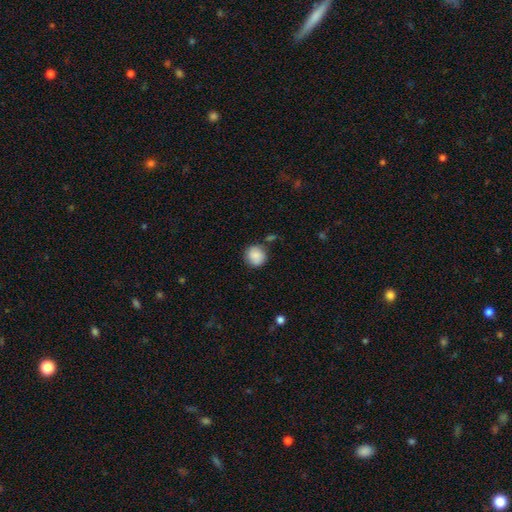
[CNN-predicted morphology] Smooth or featured?
  - smooth: 88% *
  - star or artifact: 8%
  - featured or disk: 5%
How rounded?
  - round: 88% *
  - in between: 11%
  - cigar-shaped: 1%
Merging?
  - none: 77% *
  - minor disturbance: 14%
  - merger: 5%
  - major disturbance: 4%